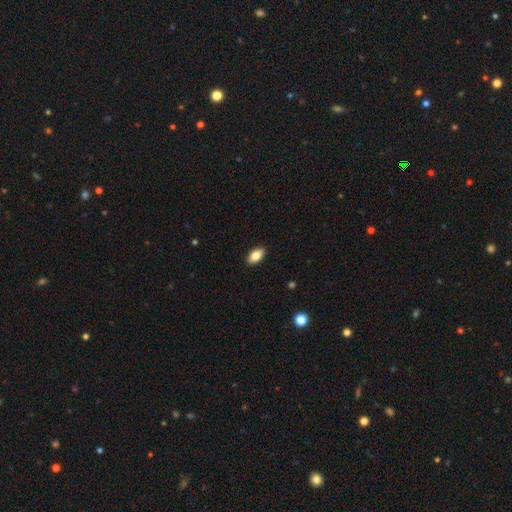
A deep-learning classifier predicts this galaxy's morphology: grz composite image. It shows a smooth galaxy with no disk features (81%) that is in between round and cigar-shaped (91%). Merging: none (90%).